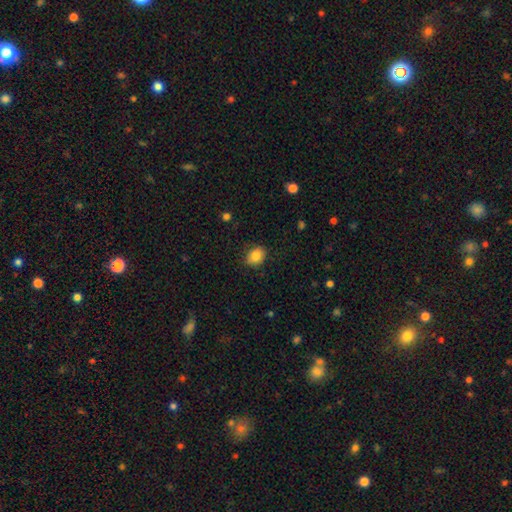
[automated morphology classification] Smooth or featured? Predicted: smooth (p=0.84). How rounded? Predicted: in between (p=0.58). Merging? Predicted: none (p=0.85).